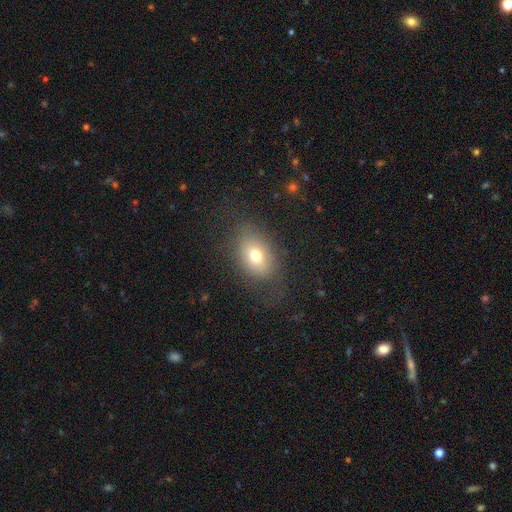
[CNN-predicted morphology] Overall: smooth (72%). How rounded: in between (79%). Merging: none (70%).